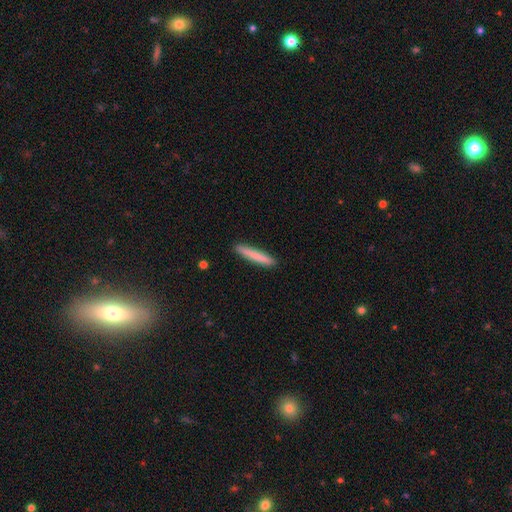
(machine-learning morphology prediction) Smooth or featured: smooth — 79% (featured or disk — 15%)
How rounded: cigar-shaped — 95% (in between — 4%)
Merging: none — 91% (minor disturbance — 6%)